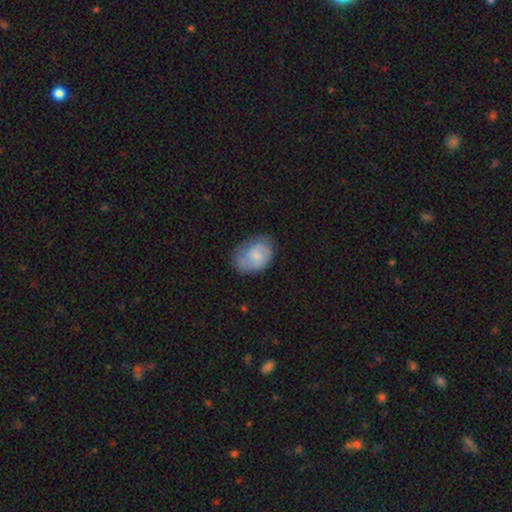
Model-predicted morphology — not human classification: smooth-or-featured: featured or disk: 48% | smooth: 45% | star or artifact: 7%
  merging: none: 65% | minor disturbance: 25% | major disturbance: 9% | merger: 2%